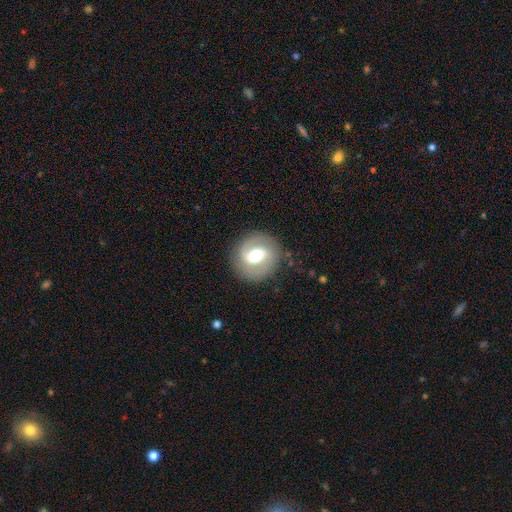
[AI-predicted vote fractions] A featured or disk galaxy (67%) with a weak bar (49%), 2 (85%) medium (46%) spiral arms (78%) and a moderate central bulge (64%).

Vote fractions:
- Smooth or featured? featured or disk: 67% / smooth: 27% / star or artifact: 7%
- Edge-on disk? no: 96% / yes: 4%
- Bar? weak: 49% / strong: 30% / no: 21%
- Spiral arms? yes: 78% / no: 22%
- Spiral winding? medium: 46% / tight: 30% / loose: 24%
- Spiral arm count? 2: 85% / can't tell: 7% / 1: 6% / 3: 1% / 4: 1% / more than 4: 1%
- Bulge size? moderate: 64% / large: 24% / small: 9% / dominant: 3% / none: 1%
- Merging? none: 84% / minor disturbance: 10% / major disturbance: 5% / merger: 1%